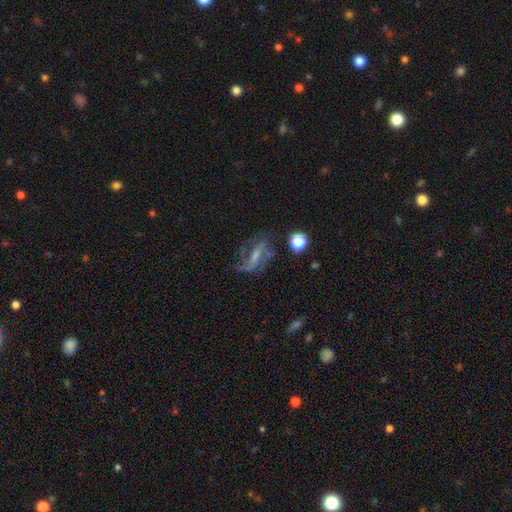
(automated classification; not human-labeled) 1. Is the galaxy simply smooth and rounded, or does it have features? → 71% featured or disk, 16% smooth, 13% star or artifact.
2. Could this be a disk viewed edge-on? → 89% no, 11% yes.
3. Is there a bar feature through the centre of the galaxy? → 39% weak, 36% strong, 24% no.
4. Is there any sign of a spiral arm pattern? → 84% yes, 16% no.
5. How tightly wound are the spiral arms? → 44% loose, 38% medium, 18% tight.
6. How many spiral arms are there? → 59% 2, 18% can't tell, 11% 1, 7% 3, 3% 4, 2% more than 4.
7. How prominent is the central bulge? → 47% small, 30% moderate, 18% none, 4% large, 2% dominant.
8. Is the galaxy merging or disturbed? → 57% none, 20% major disturbance, 19% minor disturbance, 4% merger.